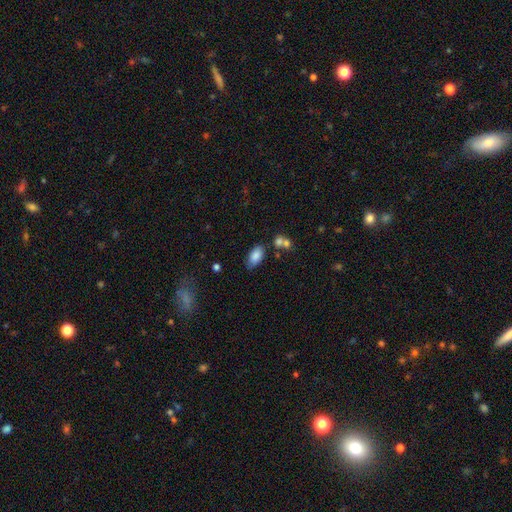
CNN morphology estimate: smooth 84%, star or artifact 8%, featured or disk 8%. Down the decision tree: how rounded — in between (93%); merging — none (65%).